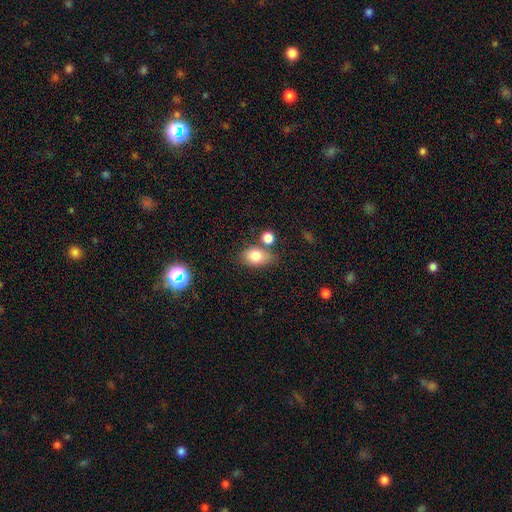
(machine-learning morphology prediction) The model was most divided on "merging": none: 64%, minor disturbance: 16%, merger: 15%, major disturbance: 5%. More confident: smooth or featured — smooth (80%); how rounded — in between (78%).